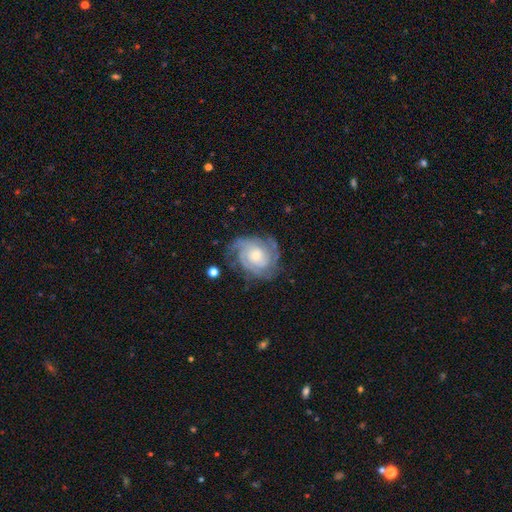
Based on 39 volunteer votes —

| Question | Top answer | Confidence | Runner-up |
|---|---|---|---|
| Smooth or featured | featured or disk | 85% | smooth (8%) |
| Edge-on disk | no | 97% | yes (3%) |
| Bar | no | 72% | weak (19%) |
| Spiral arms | yes | 100% | — |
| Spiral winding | tight | 75% | medium (19%) |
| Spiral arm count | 3 | 50% | 2 (31%) |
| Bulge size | small | 62% | moderate (31%) |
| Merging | none | 69% | minor disturbance (11%) |